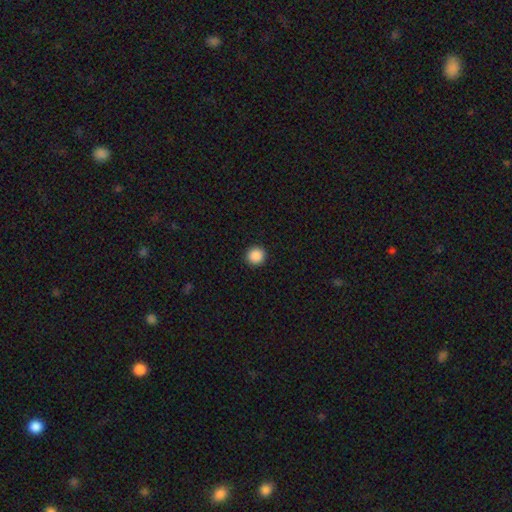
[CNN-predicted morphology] This is clearly a smooth galaxy (89%). How rounded: clearly round (95%). Merging: clearly none (93%).